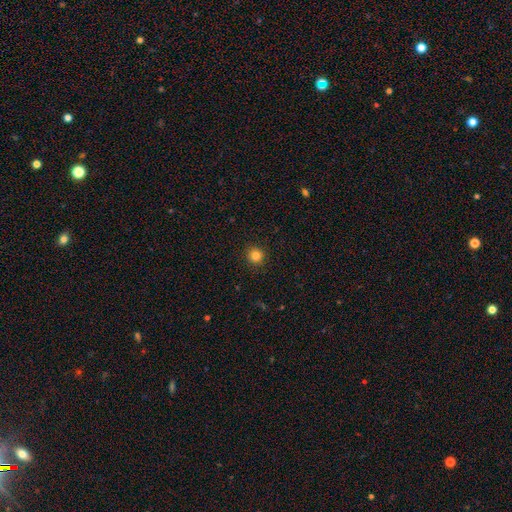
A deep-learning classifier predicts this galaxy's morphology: Q: Smooth or featured?
A: smooth (83%); runner-up: star or artifact (12%)
Q: How rounded?
A: round (95%); runner-up: in between (4%)
Q: Merging?
A: none (93%); runner-up: minor disturbance (5%)